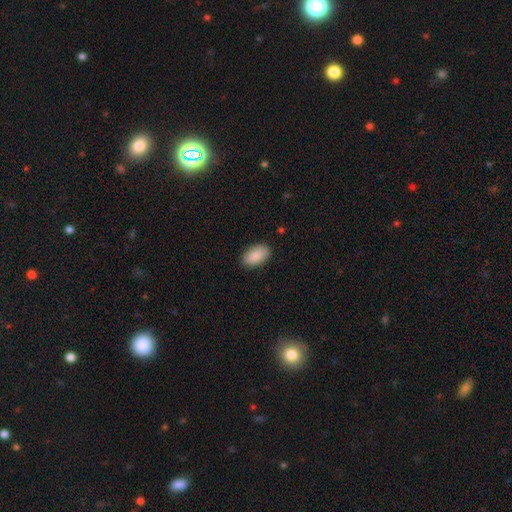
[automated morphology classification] Smooth or featured?
  - smooth: 90% *
  - star or artifact: 6%
  - featured or disk: 4%
How rounded?
  - in between: 94% *
  - round: 4%
  - cigar-shaped: 2%
Merging?
  - none: 88% *
  - minor disturbance: 9%
  - major disturbance: 2%
  - merger: 1%